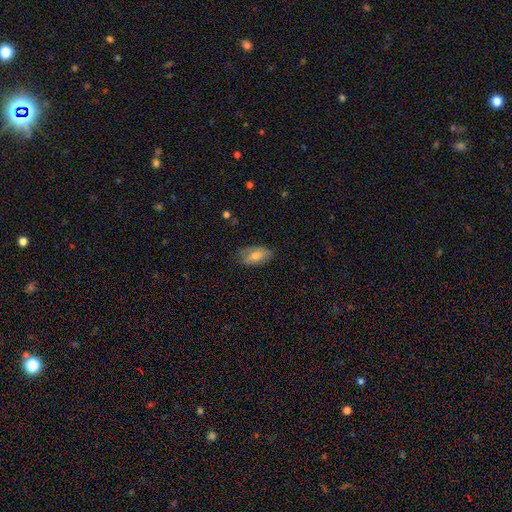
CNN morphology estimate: smooth-or-featured: smooth: 70% | featured or disk: 23% | star or artifact: 7%
  how-rounded: in between: 92% | round: 4% | cigar-shaped: 4%
  merging: none: 77% | minor disturbance: 18% | major disturbance: 3% | merger: 1%